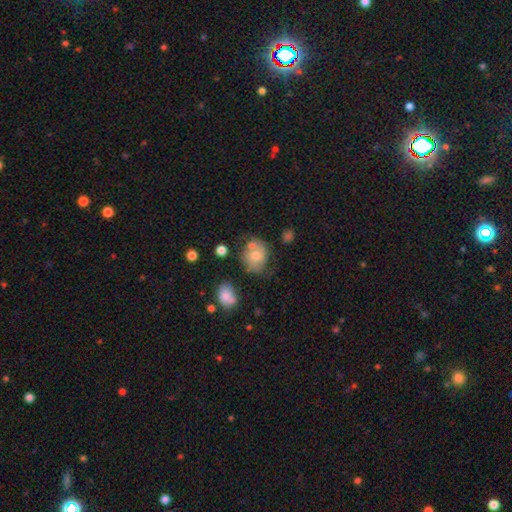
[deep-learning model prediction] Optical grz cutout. It shows a smooth galaxy with no disk features (62%) that is round (62%). Merging: none (49%).